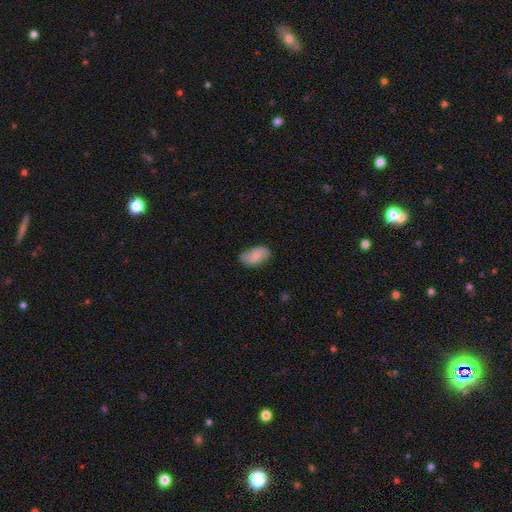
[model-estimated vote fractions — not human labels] Smooth or featured?
  - smooth: 77% *
  - featured or disk: 16%
  - star or artifact: 7%
How rounded?
  - in between: 94% *
  - round: 4%
  - cigar-shaped: 3%
Merging?
  - none: 76% *
  - minor disturbance: 19%
  - major disturbance: 4%
  - merger: 1%